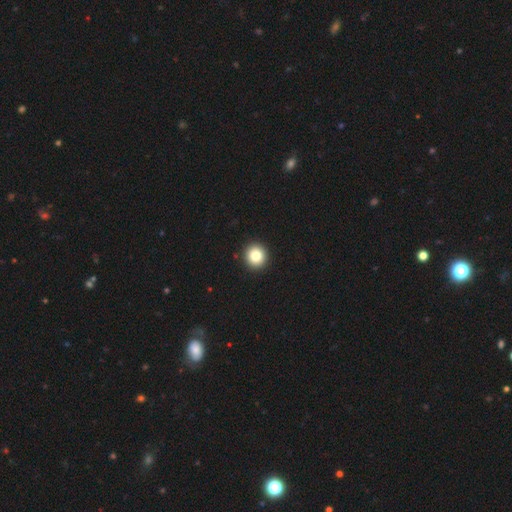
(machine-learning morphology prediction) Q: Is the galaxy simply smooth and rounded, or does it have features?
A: smooth — 83%.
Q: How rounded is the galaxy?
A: round — 93%.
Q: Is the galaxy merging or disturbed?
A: none — 93%.